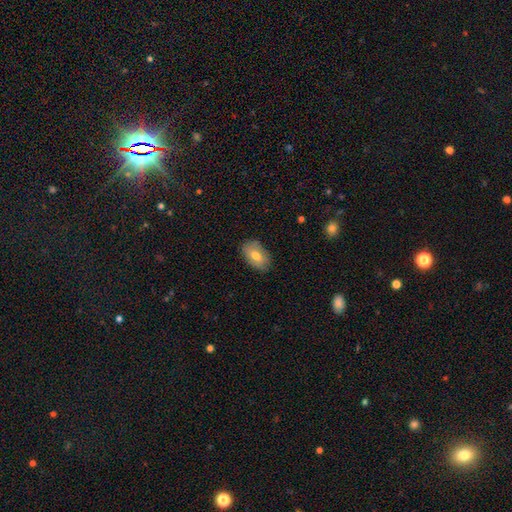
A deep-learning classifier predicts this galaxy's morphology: This appears to be a smooth galaxy with no disk features (70%) that is in between round and cigar-shaped (91%). Merging: none (83%).